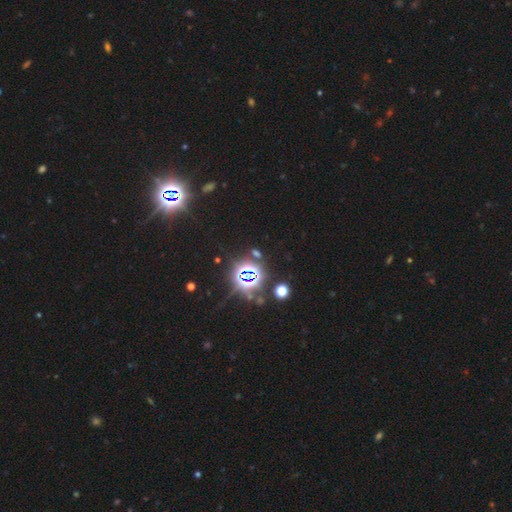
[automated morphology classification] Q: Smooth or featured?
A: star or artifact (82%); runner-up: smooth (11%)